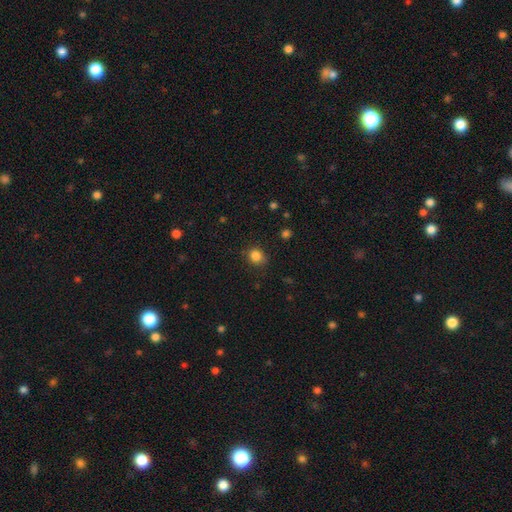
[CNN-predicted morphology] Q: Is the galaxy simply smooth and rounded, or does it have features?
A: smooth — 84%.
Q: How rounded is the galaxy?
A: round — 70%.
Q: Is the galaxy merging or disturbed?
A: none — 81%.